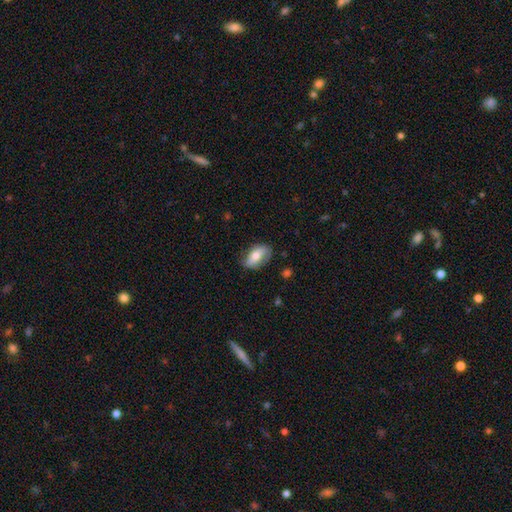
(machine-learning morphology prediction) smooth 59%, featured or disk 34%, star or artifact 7%. Down the decision tree: how rounded — in between (90%); merging — none (71%).